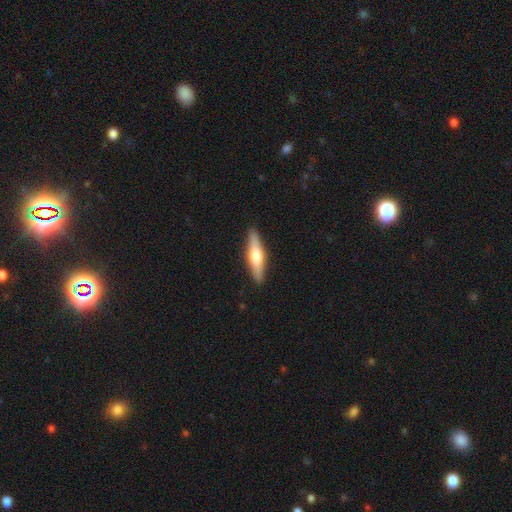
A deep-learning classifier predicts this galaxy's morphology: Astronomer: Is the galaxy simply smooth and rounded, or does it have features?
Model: featured or disk — 49% (runner-up: smooth, 45%).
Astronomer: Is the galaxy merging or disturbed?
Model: none — 90%.